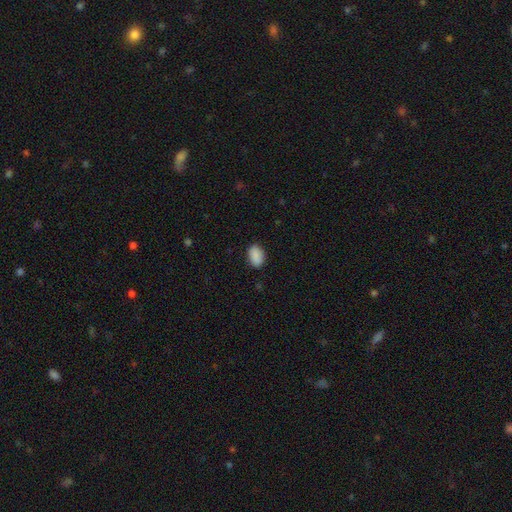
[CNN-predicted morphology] A smooth galaxy with no disk features (89%) that is in between round and cigar-shaped (88%).

Vote fractions:
- Smooth or featured? smooth: 89% / star or artifact: 7% / featured or disk: 4%
- How rounded? in between: 88% / round: 11% / cigar-shaped: 1%
- Merging? none: 85% / minor disturbance: 12% / major disturbance: 2% / merger: 1%